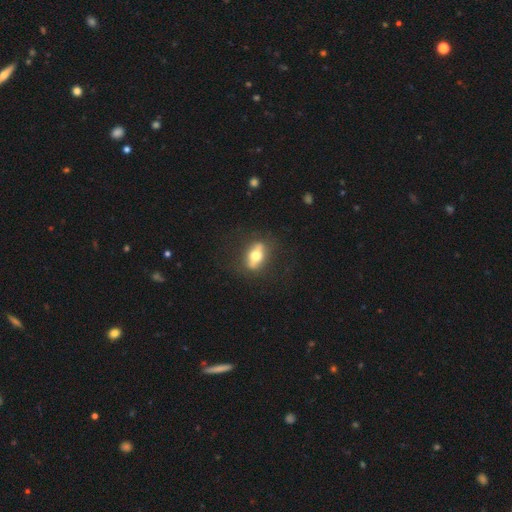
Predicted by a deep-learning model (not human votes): Smooth or featured? smooth (51%)
How rounded? in between (72%)
Merging? none (79%)